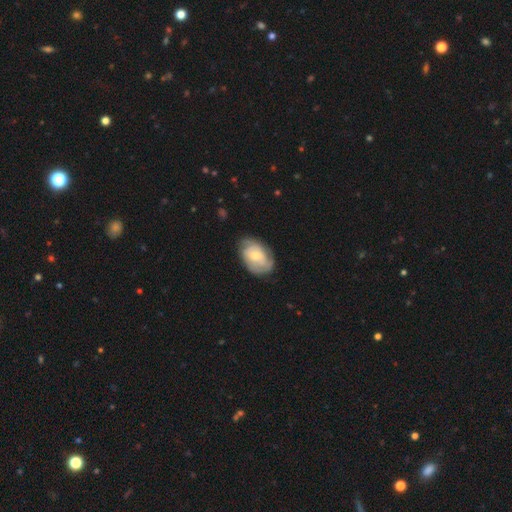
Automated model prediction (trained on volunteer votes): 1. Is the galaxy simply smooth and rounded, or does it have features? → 59% featured or disk, 35% smooth, 6% star or artifact.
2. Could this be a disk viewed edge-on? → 96% no, 4% yes.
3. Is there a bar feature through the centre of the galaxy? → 71% no, 25% weak, 4% strong.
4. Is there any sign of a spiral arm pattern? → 77% yes, 23% no.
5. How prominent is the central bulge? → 50% moderate, 43% small, 4% large, 2% none, 1% dominant.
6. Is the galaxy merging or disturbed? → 70% none, 23% minor disturbance, 6% major disturbance, 1% merger.